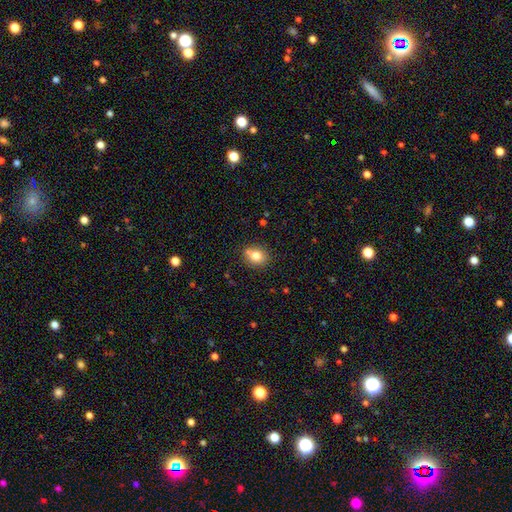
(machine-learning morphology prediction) smooth_or_featured: smooth (p=0.79) [alt: star or artifact p=0.11]
how_rounded: round (p=0.66) [alt: in between p=0.33]
merging: none (p=0.69) [alt: minor disturbance p=0.14]